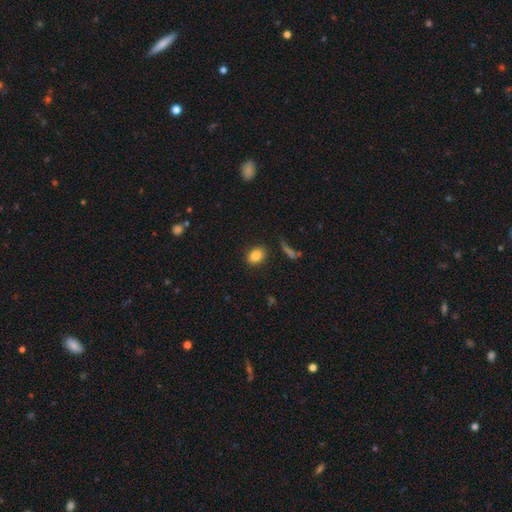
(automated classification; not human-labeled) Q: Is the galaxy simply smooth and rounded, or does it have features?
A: smooth — 85%.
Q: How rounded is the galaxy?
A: in between — 71%.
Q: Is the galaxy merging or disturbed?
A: none — 86%.